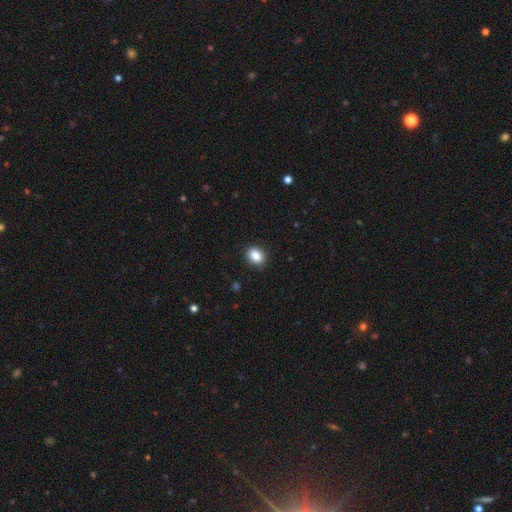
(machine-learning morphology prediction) Q: Smooth or featured?
A: smooth (86%); runner-up: star or artifact (9%)
Q: How rounded?
A: in between (54%); runner-up: round (45%)
Q: Merging?
A: none (89%); runner-up: minor disturbance (8%)